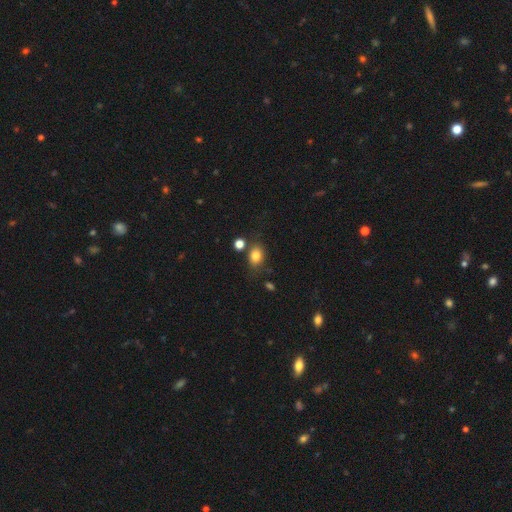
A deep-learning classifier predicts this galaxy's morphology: type=smooth (81%); roundness=in between (63%); merging=none (71%).